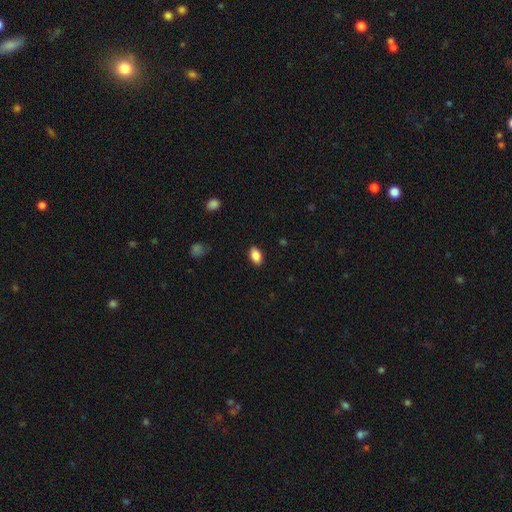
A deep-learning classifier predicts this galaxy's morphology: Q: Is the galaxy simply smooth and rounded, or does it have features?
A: smooth — 86%.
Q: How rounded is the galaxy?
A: in between — 90%.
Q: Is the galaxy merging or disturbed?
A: none — 88%.